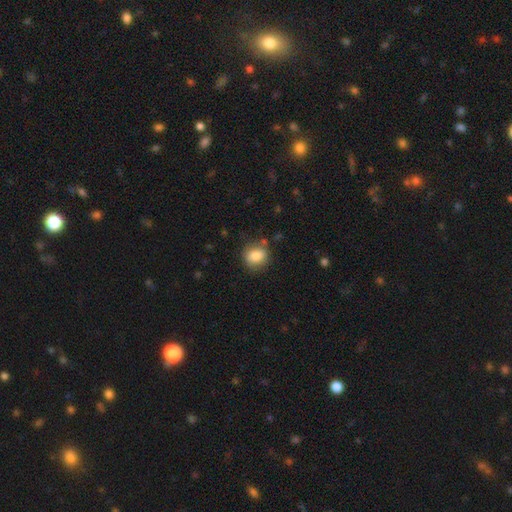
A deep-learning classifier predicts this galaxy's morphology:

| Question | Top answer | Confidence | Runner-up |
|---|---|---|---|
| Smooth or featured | smooth | 83% | star or artifact (9%) |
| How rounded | round | 68% | in between (31%) |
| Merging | none | 78% | minor disturbance (15%) |